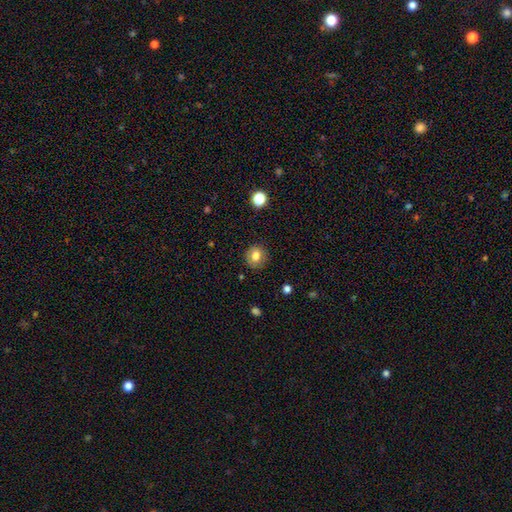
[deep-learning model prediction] A smooth galaxy with no disk features (78%) that is round (83%). Merging: none (86%).